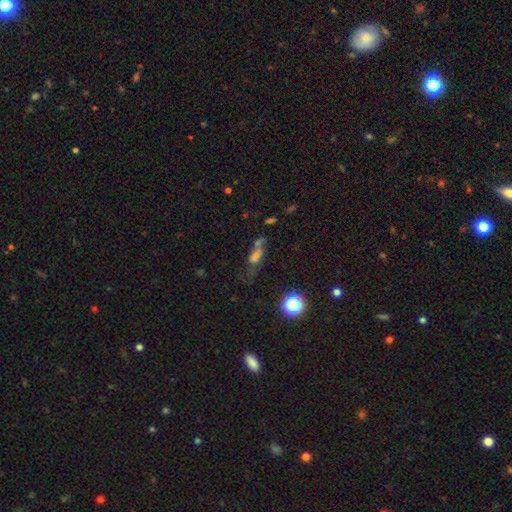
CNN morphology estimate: Smooth or featured? Predicted: smooth (p=0.47). Merging? Predicted: none (p=0.43).